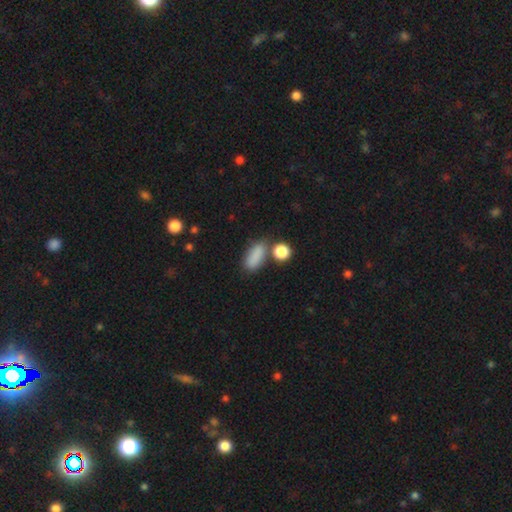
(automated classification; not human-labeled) Q: Smooth or featured?
A: smooth (84%); runner-up: star or artifact (10%)
Q: How rounded?
A: in between (72%); runner-up: cigar-shaped (18%)
Q: Merging?
A: none (63%); runner-up: minor disturbance (16%)